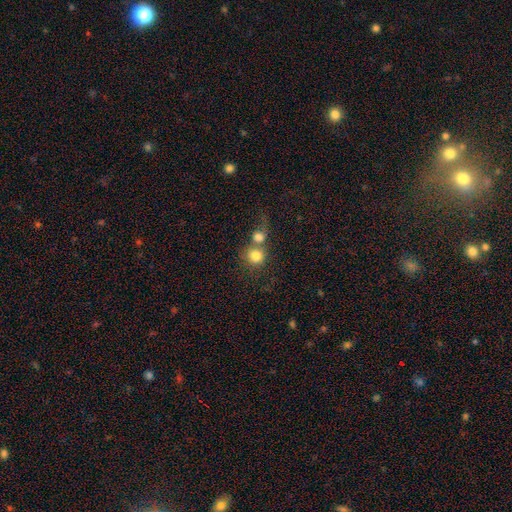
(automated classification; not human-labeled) Smooth or featured? smooth (78%)
How rounded? round (87%)
Merging? merger (56%)